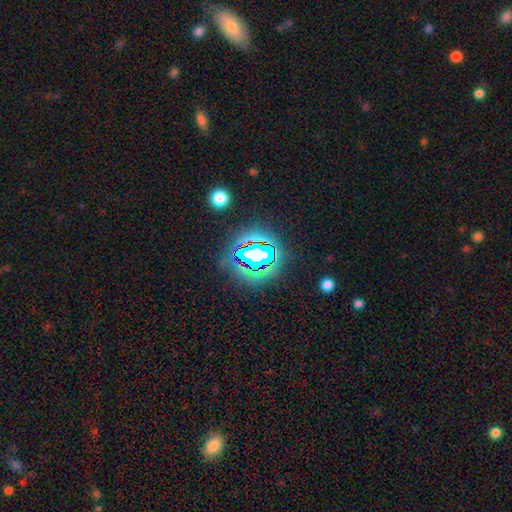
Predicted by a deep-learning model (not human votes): Morphology: type=star or artifact (75%).